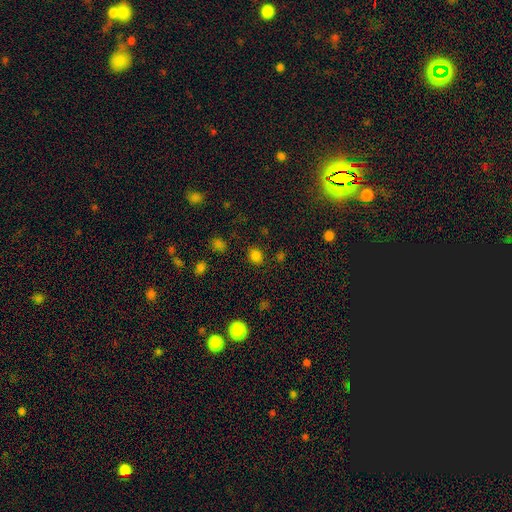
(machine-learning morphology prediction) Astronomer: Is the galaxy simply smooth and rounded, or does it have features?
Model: smooth — 80%.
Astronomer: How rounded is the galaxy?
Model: round — 55% (runner-up: in between, 44%).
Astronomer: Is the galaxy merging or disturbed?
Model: none — 85%.